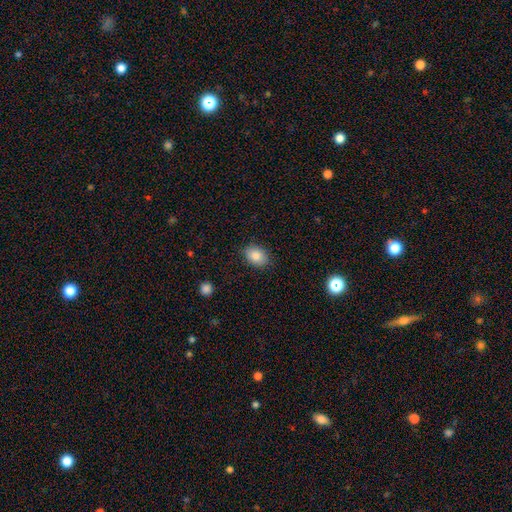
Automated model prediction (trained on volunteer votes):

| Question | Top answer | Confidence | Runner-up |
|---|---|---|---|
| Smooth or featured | smooth | 85% | star or artifact (8%) |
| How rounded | in between | 74% | round (25%) |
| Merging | none | 86% | minor disturbance (11%) |